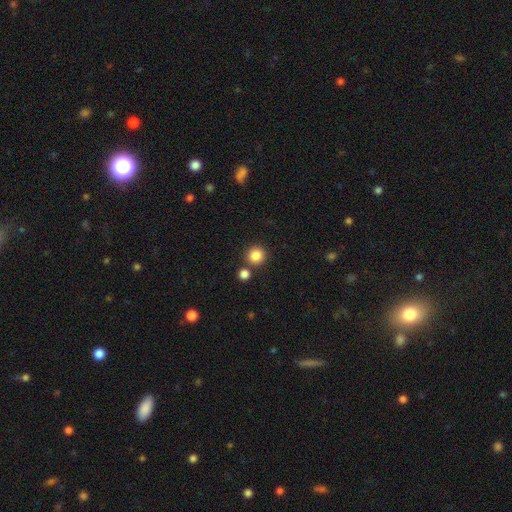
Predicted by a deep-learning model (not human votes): A smooth galaxy with no disk features (86%) that is round (93%). Merging: none (80%).